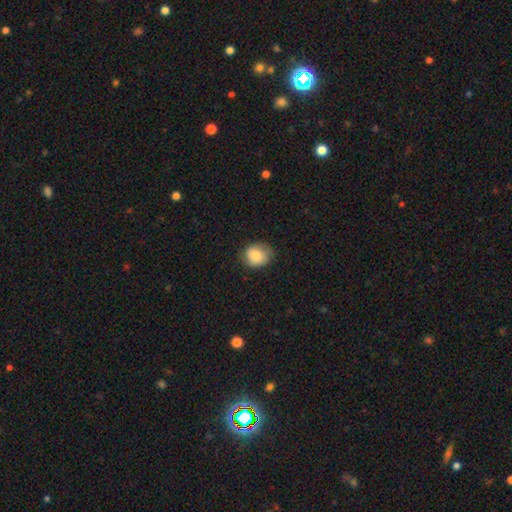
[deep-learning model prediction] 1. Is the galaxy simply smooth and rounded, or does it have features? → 82% smooth, 10% featured or disk, 8% star or artifact.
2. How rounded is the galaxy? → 62% round, 37% in between, 1% cigar-shaped.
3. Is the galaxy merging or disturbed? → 73% none, 21% minor disturbance, 5% major disturbance, 1% merger.